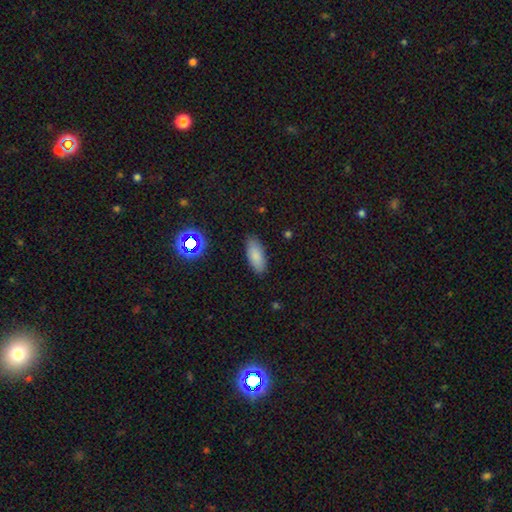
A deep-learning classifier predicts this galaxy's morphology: Overall: smooth (82%). How rounded: in between (85%). Merging: none (85%).